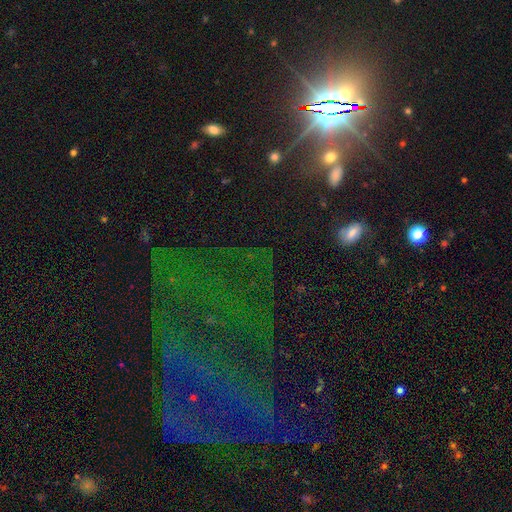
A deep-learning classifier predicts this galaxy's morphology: The model was most divided on "smooth or featured": star or artifact: 76%, featured or disk: 13%, smooth: 11%.